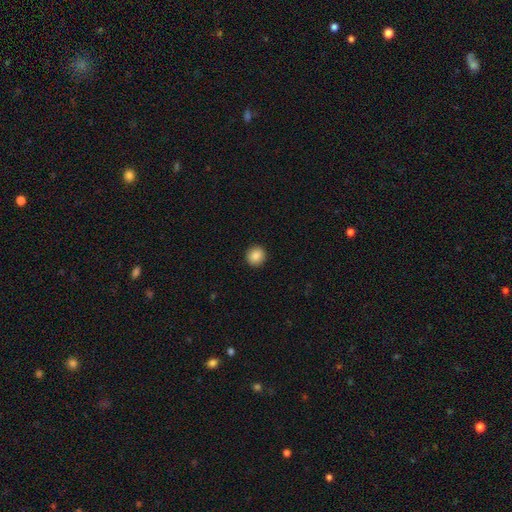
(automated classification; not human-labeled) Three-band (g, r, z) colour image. It shows a smooth galaxy with no disk features (88%) that is round (91%). Merging: none (93%).